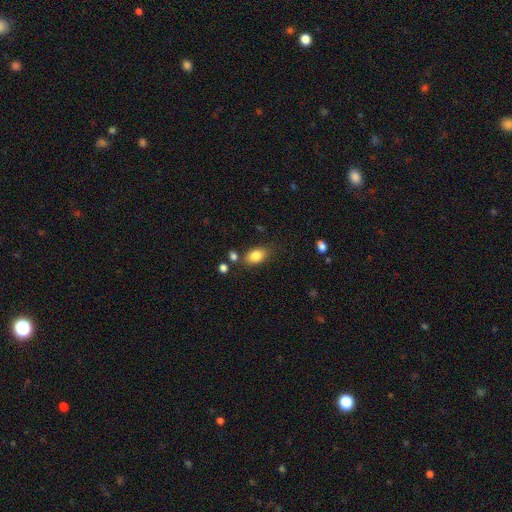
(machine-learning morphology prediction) type=smooth (83%); roundness=in between (86%); merging=none (74%).